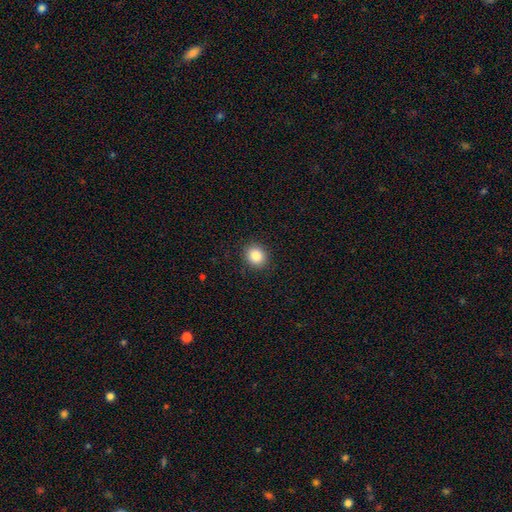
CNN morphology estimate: Smooth or featured? smooth (86%)
How rounded? round (79%)
Merging? none (90%)